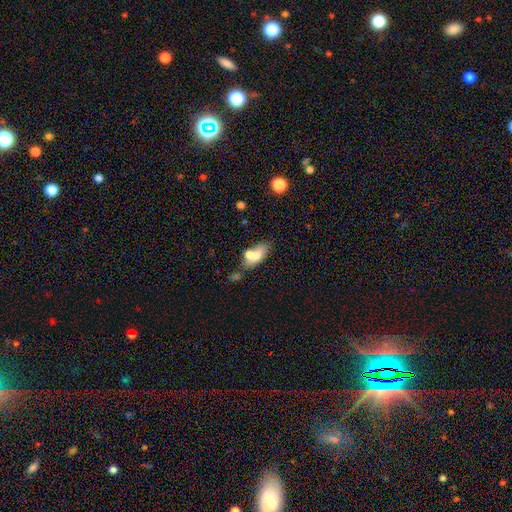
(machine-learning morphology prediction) smooth_or_featured: smooth (p=0.64) [alt: featured or disk p=0.27]
how_rounded: in between (p=0.77) [alt: cigar-shaped p=0.15]
merging: merger (p=0.41) [alt: none p=0.37]